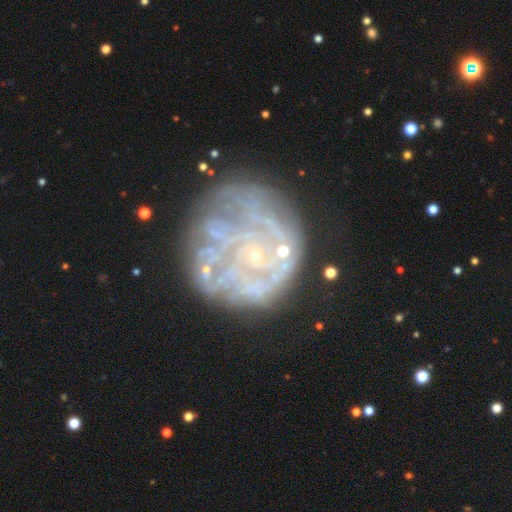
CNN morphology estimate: This appears to be a featured or disk galaxy (70%) with no bar (89%), no spiral arms (66%) and a small central bulge (59%). Merging: none (57%).